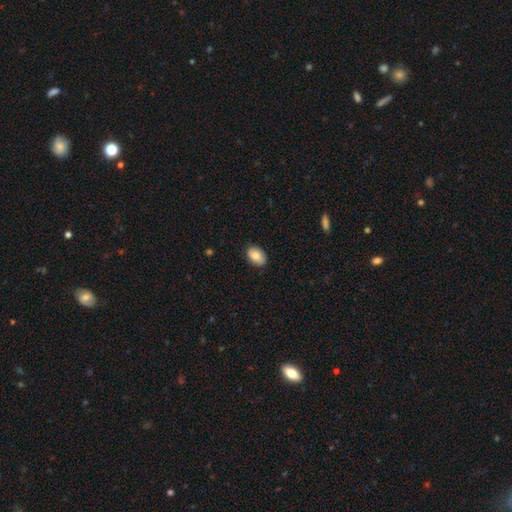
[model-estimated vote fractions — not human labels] Morphology: type=smooth (84%); roundness=in between (83%); merging=none (86%).